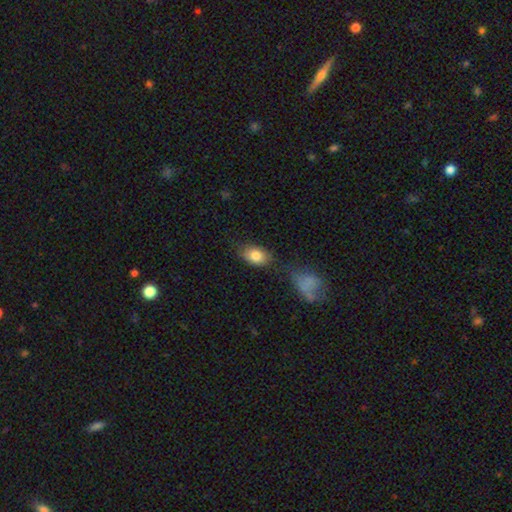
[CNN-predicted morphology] Q: Smooth or featured?
A: smooth (82%); runner-up: featured or disk (10%)
Q: How rounded?
A: in between (84%); runner-up: round (14%)
Q: Merging?
A: none (68%); runner-up: minor disturbance (18%)